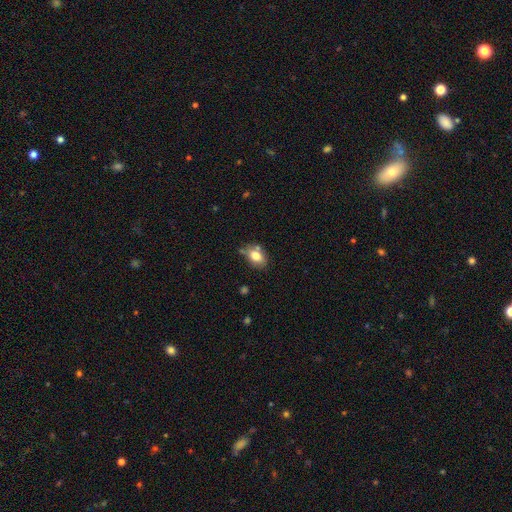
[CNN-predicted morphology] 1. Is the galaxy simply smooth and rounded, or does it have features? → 77% smooth, 14% featured or disk, 9% star or artifact.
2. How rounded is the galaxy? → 82% in between, 16% round, 2% cigar-shaped.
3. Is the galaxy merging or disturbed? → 63% none, 21% minor disturbance, 11% merger, 5% major disturbance.